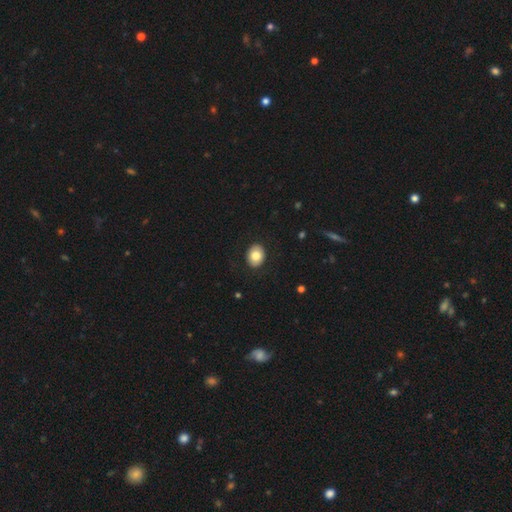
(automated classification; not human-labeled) smooth-or-featured: smooth: 82% | featured or disk: 11% | star or artifact: 8%
  how-rounded: in between: 61% | round: 38% | cigar-shaped: 1%
  merging: none: 89% | minor disturbance: 8% | major disturbance: 2% | merger: 1%